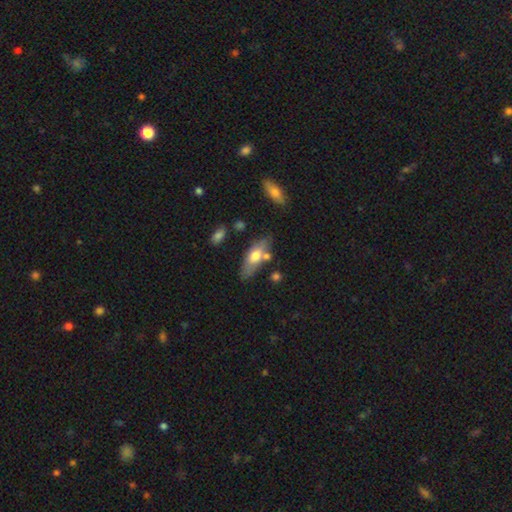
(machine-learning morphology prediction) The model was most divided on "smooth or featured": smooth: 63%, featured or disk: 31%, star or artifact: 6%. More confident: how rounded — in between (67%); merging — none (67%).